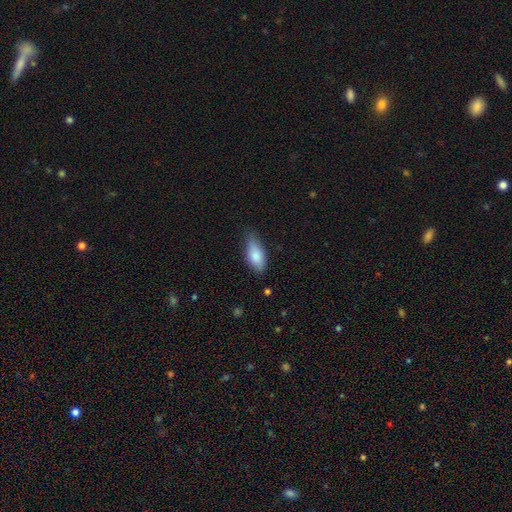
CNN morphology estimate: smooth-or-featured: smooth: 82% | featured or disk: 11% | star or artifact: 6%
  how-rounded: in between: 81% | cigar-shaped: 17% | round: 2%
  merging: none: 71% | minor disturbance: 24% | major disturbance: 4% | merger: 1%